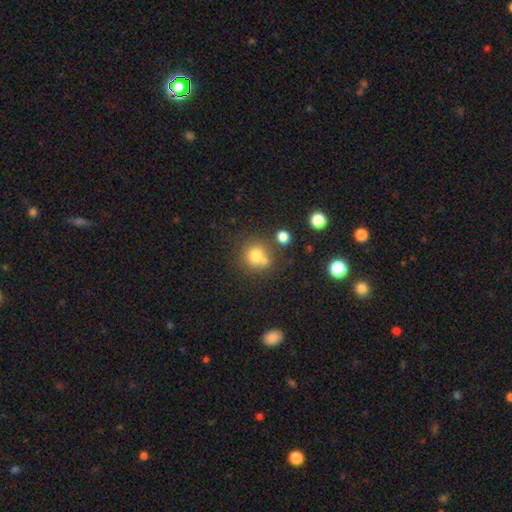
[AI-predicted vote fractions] Q: Smooth or featured?
A: smooth (75%); runner-up: star or artifact (14%)
Q: How rounded?
A: round (89%); runner-up: in between (10%)
Q: Merging?
A: none (59%); runner-up: merger (27%)